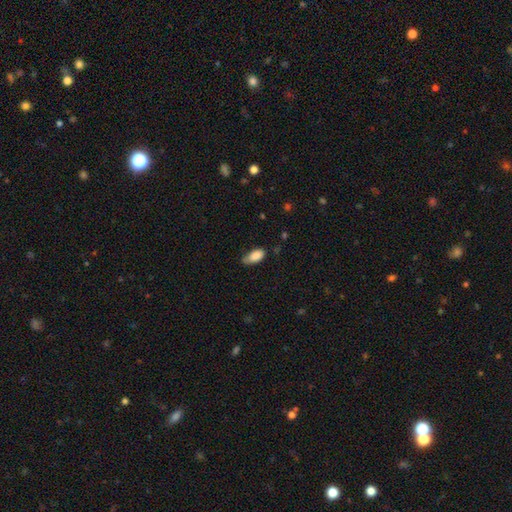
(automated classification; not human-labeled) A smooth galaxy with no disk features (86%) that is in between round and cigar-shaped (90%).

Vote fractions:
- Smooth or featured? smooth: 86% / star or artifact: 7% / featured or disk: 6%
- How rounded? in between: 90% / cigar-shaped: 7% / round: 3%
- Merging? none: 52% / minor disturbance: 38% / major disturbance: 8% / merger: 2%